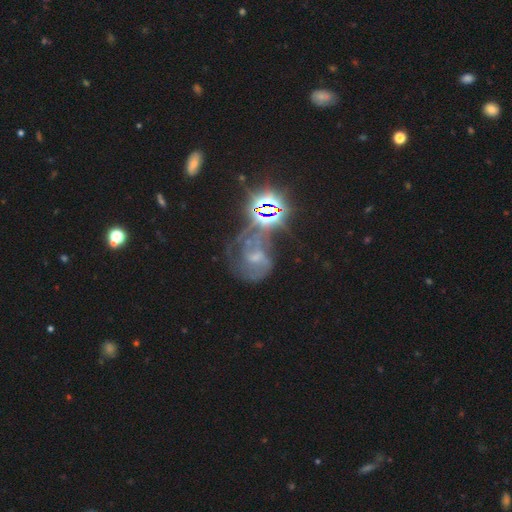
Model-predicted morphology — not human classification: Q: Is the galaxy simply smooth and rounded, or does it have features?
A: featured or disk — 50%.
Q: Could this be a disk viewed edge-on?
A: no — 97%.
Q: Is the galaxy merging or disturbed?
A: none — 39%.